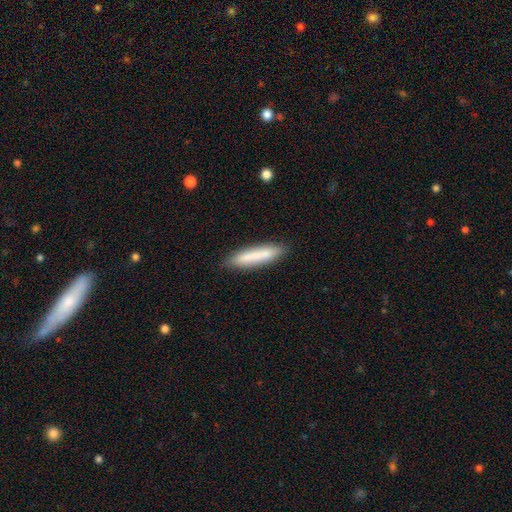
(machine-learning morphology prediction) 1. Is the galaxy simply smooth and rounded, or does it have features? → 79% smooth, 15% featured or disk, 6% star or artifact.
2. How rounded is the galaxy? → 84% cigar-shaped, 14% in between, 1% round.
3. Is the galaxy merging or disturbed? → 85% none, 11% minor disturbance, 2% major disturbance, 2% merger.